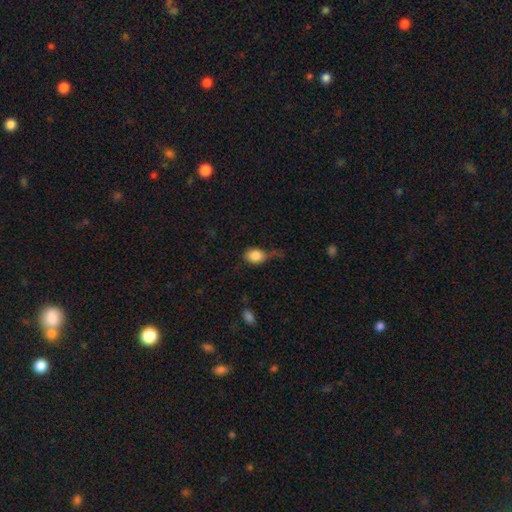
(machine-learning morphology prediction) This appears to be a smooth galaxy with no disk features (84%) that is in between round and cigar-shaped (68%). Merging: none (41%).